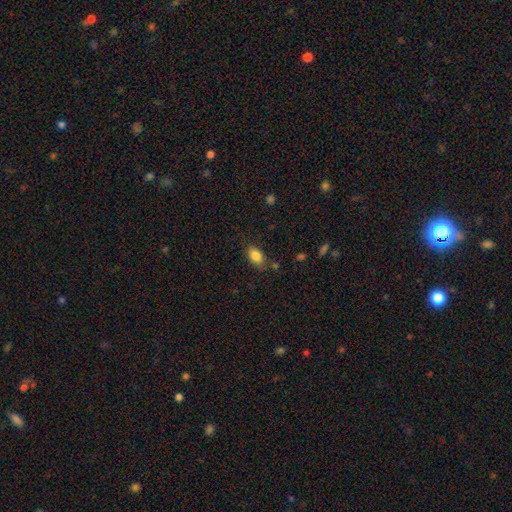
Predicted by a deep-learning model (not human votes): Smooth or featured?
  - smooth: 84% *
  - star or artifact: 8%
  - featured or disk: 8%
How rounded?
  - in between: 88% *
  - round: 9%
  - cigar-shaped: 3%
Merging?
  - none: 75% *
  - minor disturbance: 17%
  - major disturbance: 4%
  - merger: 3%